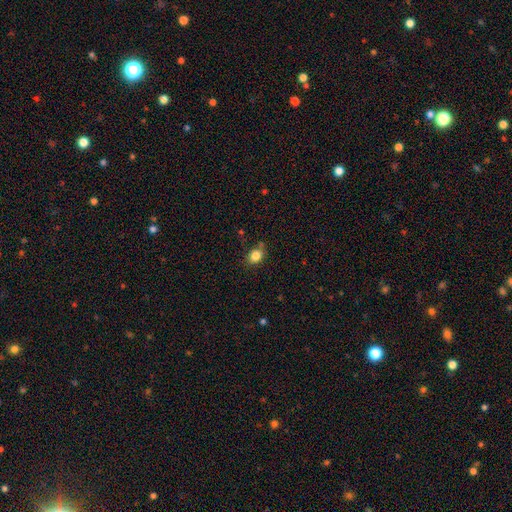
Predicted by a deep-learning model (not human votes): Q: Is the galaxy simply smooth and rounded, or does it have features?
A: smooth — 84%.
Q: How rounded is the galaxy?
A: in between — 57%.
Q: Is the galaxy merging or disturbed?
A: none — 75%.